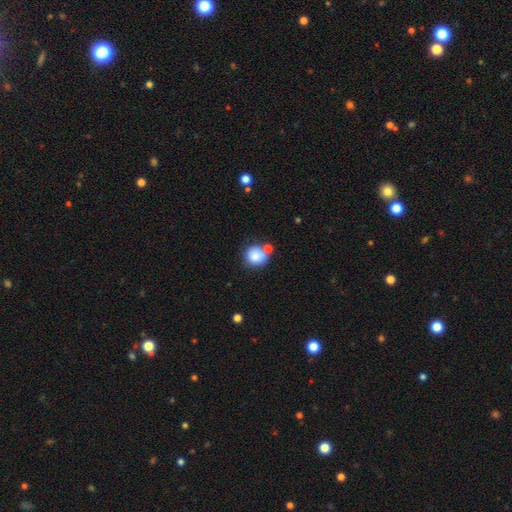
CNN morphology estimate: The model was most divided on "merging": none: 57%, merger: 24%, minor disturbance: 15%, major disturbance: 5%. More confident: how rounded — round (87%); smooth or featured — smooth (83%).